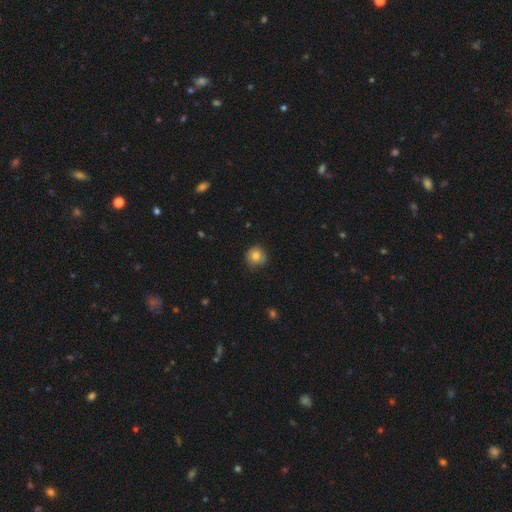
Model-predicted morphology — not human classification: This appears to be a smooth galaxy with no disk features (80%) that is round (92%). Merging: none (82%).